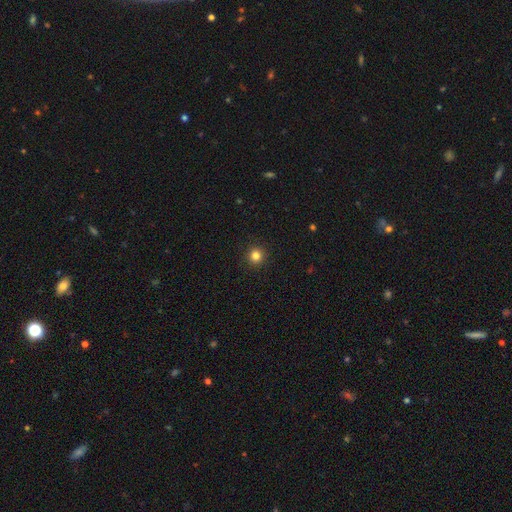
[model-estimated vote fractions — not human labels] Smooth or featured? Predicted: smooth (p=0.83). How rounded? Predicted: round (p=0.95). Merging? Predicted: none (p=0.93).